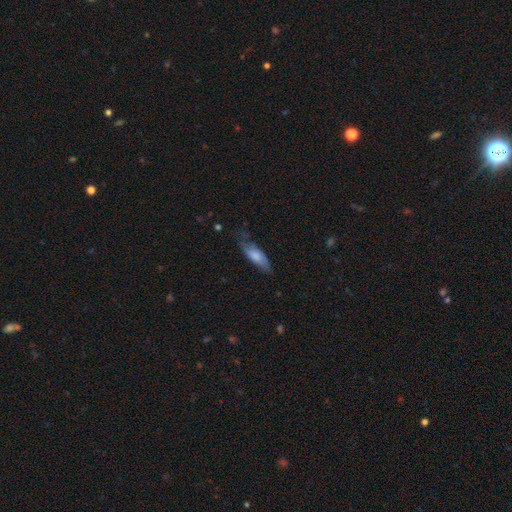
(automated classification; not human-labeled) A smooth galaxy with no disk features (64%) that is in between round and cigar-shaped (56%).

Vote fractions:
- Smooth or featured? smooth: 64% / featured or disk: 30% / star or artifact: 6%
- How rounded? in between: 56% / cigar-shaped: 42% / round: 2%
- Merging? none: 48% / minor disturbance: 34% / major disturbance: 16% / merger: 2%